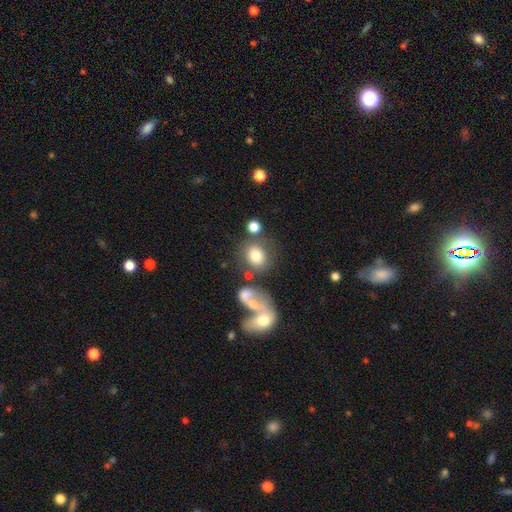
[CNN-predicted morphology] Q: Smooth or featured?
A: smooth (74%); runner-up: featured or disk (14%)
Q: How rounded?
A: round (66%); runner-up: in between (33%)
Q: Merging?
A: none (55%); runner-up: merger (23%)